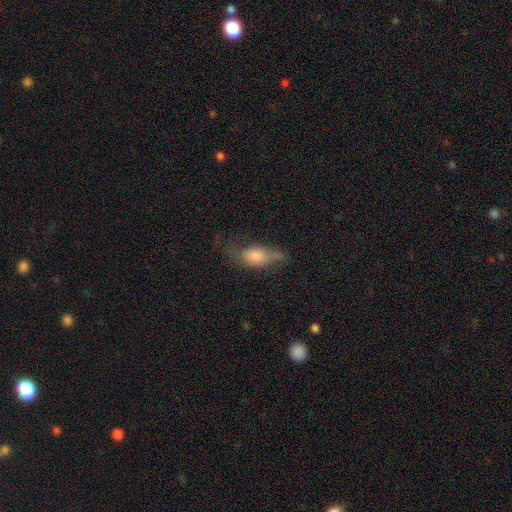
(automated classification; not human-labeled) The model was most divided on "merging": none: 36%, minor disturbance: 31%, major disturbance: 30%, merger: 3%. More confident: how rounded — in between (75%); smooth or featured — smooth (62%).